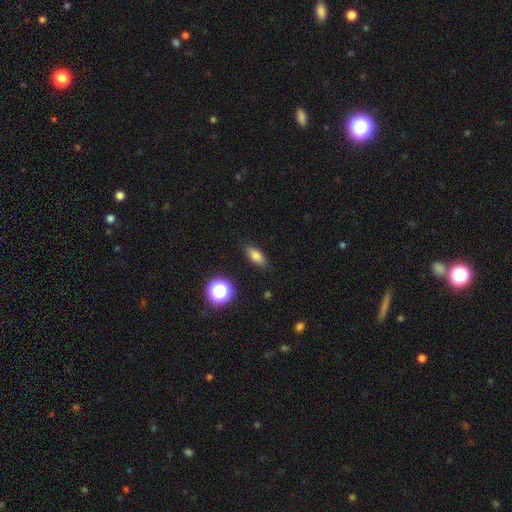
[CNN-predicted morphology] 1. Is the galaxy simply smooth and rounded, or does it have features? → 77% smooth, 12% star or artifact, 11% featured or disk.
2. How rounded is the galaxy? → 74% in between, 18% cigar-shaped, 8% round.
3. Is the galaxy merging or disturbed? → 85% none, 11% minor disturbance, 3% major disturbance, 1% merger.